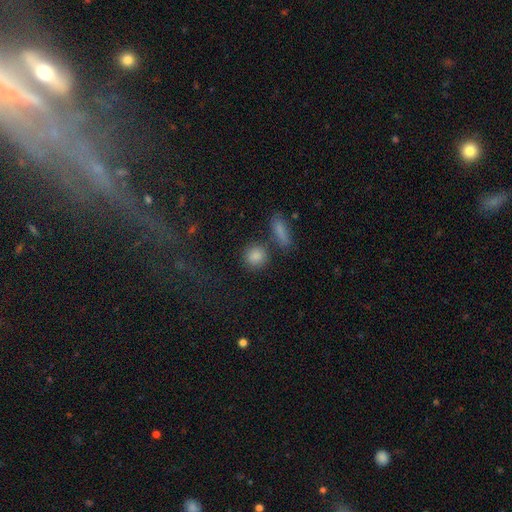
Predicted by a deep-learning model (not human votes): A smooth galaxy with no disk features (83%) that is round (80%). Merging: none (75%).